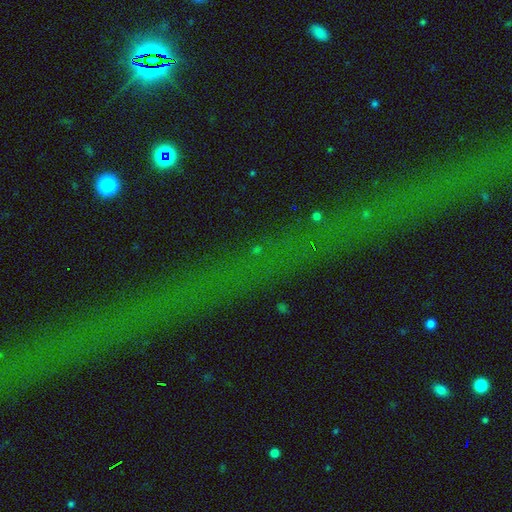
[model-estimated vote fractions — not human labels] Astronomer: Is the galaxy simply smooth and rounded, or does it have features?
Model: star or artifact — 71%.